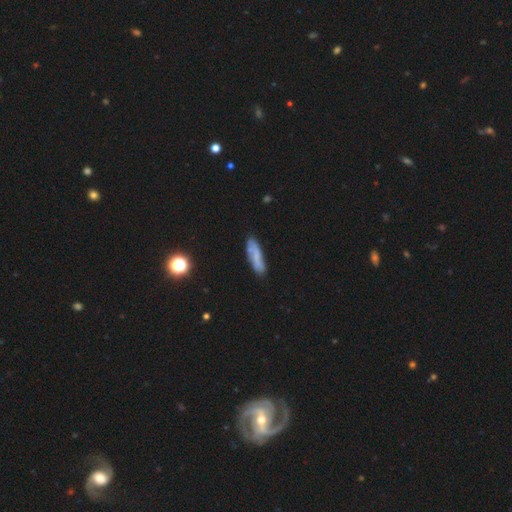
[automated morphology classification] A smooth galaxy with no disk features (51%) that is cigar-shaped (64%). Merging: none (70%).